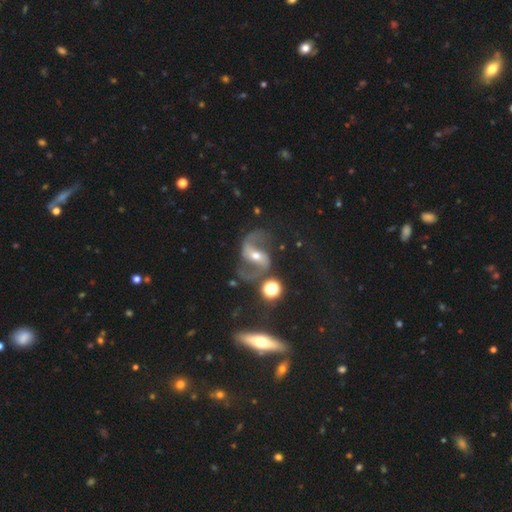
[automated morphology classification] type=featured or disk (87%); edge-on=no (94%); bar=weak (40%); spiral arms=yes (95%); winding=loose (46%); arm count=2 (90%); bulge=moderate (53%); merging=none (57%).